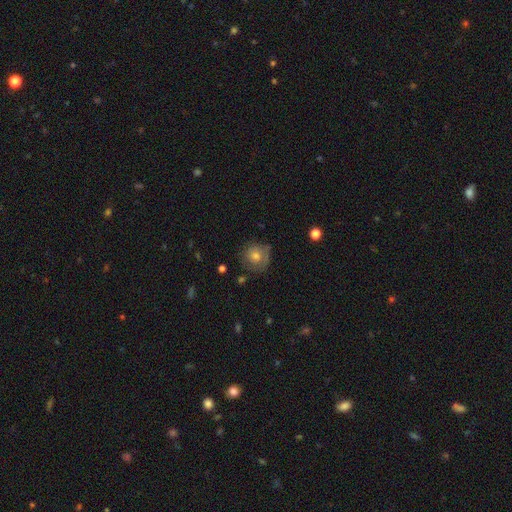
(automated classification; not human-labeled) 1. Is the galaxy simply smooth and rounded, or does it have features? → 56% smooth, 33% featured or disk, 11% star or artifact.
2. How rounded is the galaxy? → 88% round, 11% in between, 1% cigar-shaped.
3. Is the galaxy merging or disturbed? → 68% none, 21% minor disturbance, 8% major disturbance, 2% merger.